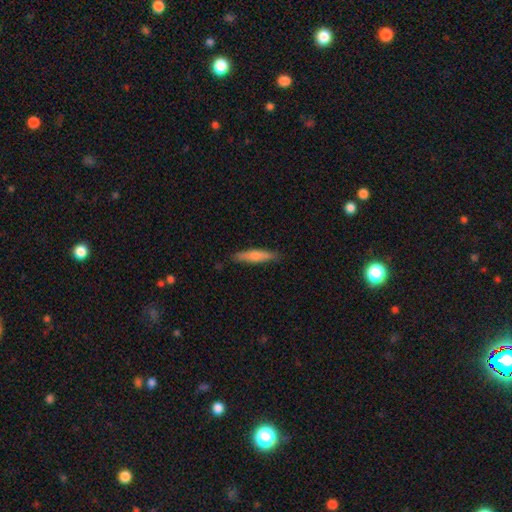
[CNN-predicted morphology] A smooth galaxy with no disk features (68%) that is cigar-shaped (82%).

Vote fractions:
- Smooth or featured? smooth: 68% / featured or disk: 26% / star or artifact: 5%
- How rounded? cigar-shaped: 82% / in between: 16% / round: 2%
- Merging? none: 84% / minor disturbance: 12% / major disturbance: 2% / merger: 1%